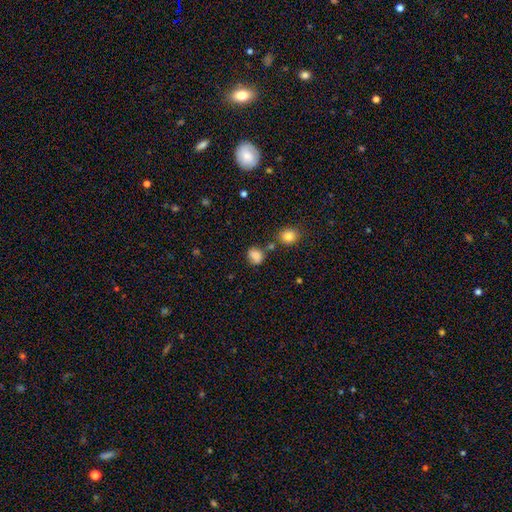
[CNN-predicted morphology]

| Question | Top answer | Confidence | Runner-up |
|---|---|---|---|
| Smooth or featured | smooth | 80% | star or artifact (12%) |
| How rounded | round | 57% | in between (41%) |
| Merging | none | 63% | minor disturbance (20%) |